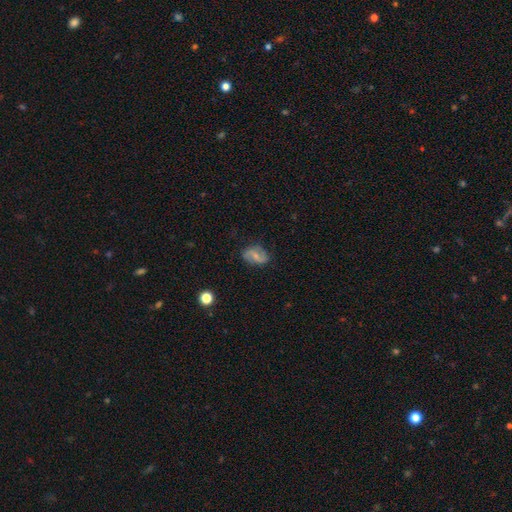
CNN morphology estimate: featured or disk 65%, smooth 27%, star or artifact 8%. Down the decision tree: edge-on disk — no (97%); bar — weak (49%); spiral arms — yes (87%); spiral arm count — 2 (89%); spiral winding — medium (42%); bulge size — small (51%); merging — none (78%).